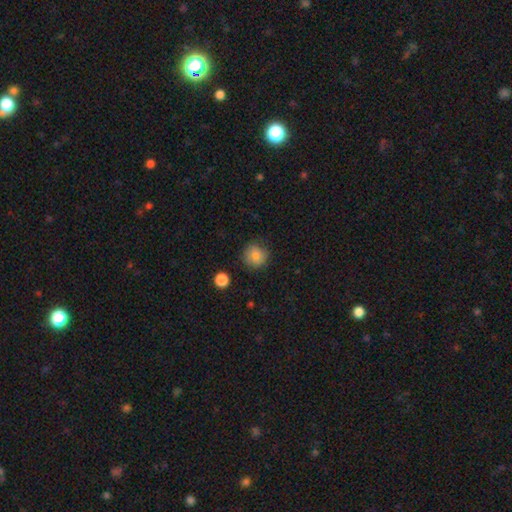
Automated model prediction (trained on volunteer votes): A smooth galaxy with no disk features (83%) that is round (89%).

Vote fractions:
- Smooth or featured? smooth: 83% / star or artifact: 9% / featured or disk: 8%
- How rounded? round: 89% / in between: 10% / cigar-shaped: 1%
- Merging? none: 81% / minor disturbance: 14% / major disturbance: 4% / merger: 1%